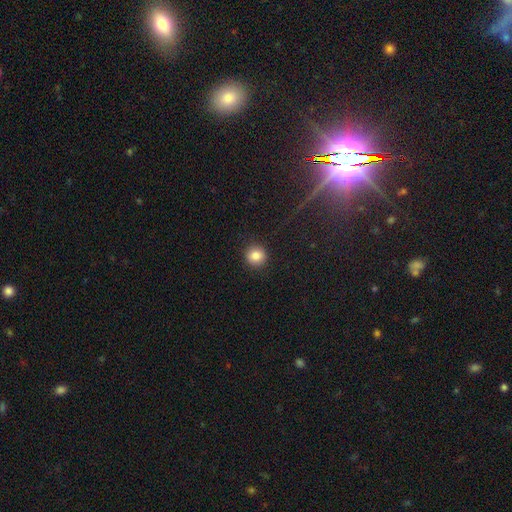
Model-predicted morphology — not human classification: smooth-or-featured: smooth: 84% | star or artifact: 10% | featured or disk: 5%
  how-rounded: round: 92% | in between: 7% | cigar-shaped: 1%
  merging: none: 91% | minor disturbance: 6% | major disturbance: 2% | merger: 1%